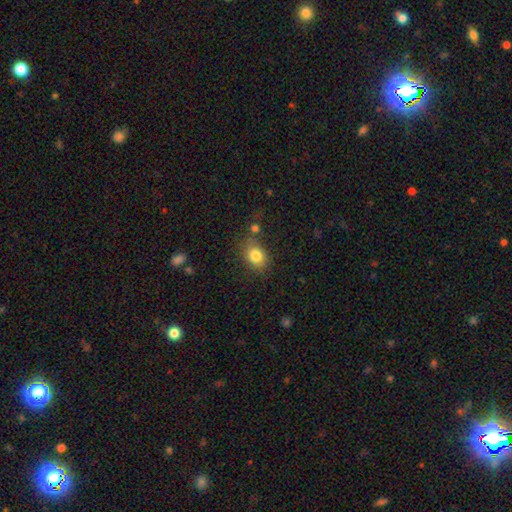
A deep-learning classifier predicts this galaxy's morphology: This is clearly a smooth galaxy (82%). How rounded: possibly in between (56%). Merging: likely none (72%).